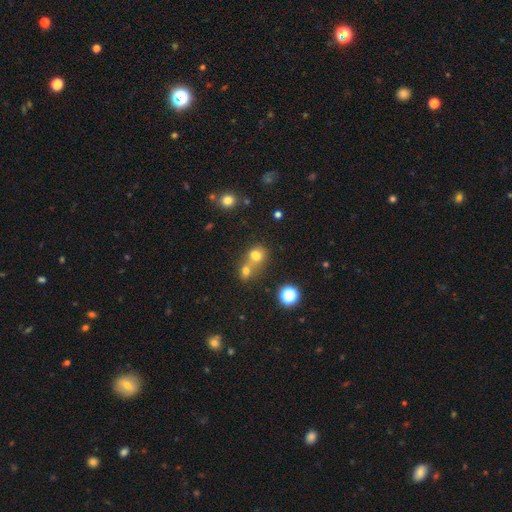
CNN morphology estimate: A smooth galaxy with no disk features (67%) that is round (65%).

Vote fractions:
- Smooth or featured? smooth: 67% / star or artifact: 19% / featured or disk: 14%
- How rounded? round: 65% / in between: 34% / cigar-shaped: 1%
- Merging? merger: 62% / none: 28% / minor disturbance: 6% / major disturbance: 4%